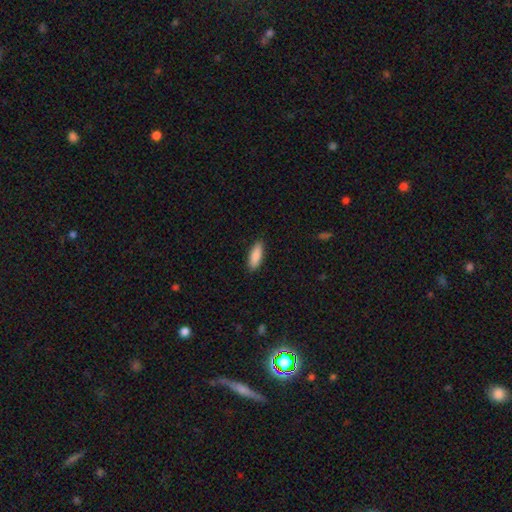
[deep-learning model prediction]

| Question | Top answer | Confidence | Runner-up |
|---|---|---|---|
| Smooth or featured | smooth | 89% | star or artifact (6%) |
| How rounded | in between | 65% | cigar-shaped (34%) |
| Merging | none | 88% | minor disturbance (9%) |